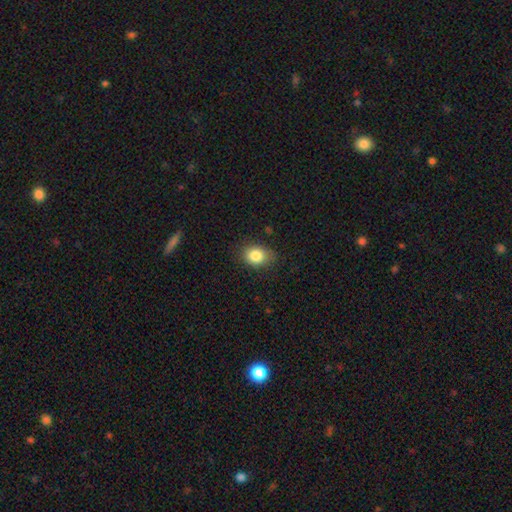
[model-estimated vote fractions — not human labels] A smooth galaxy with no disk features (84%) that is in between round and cigar-shaped (64%).

Vote fractions:
- Smooth or featured? smooth: 84% / star or artifact: 9% / featured or disk: 7%
- How rounded? in between: 64% / round: 35% / cigar-shaped: 1%
- Merging? none: 80% / minor disturbance: 16% / major disturbance: 3% / merger: 1%